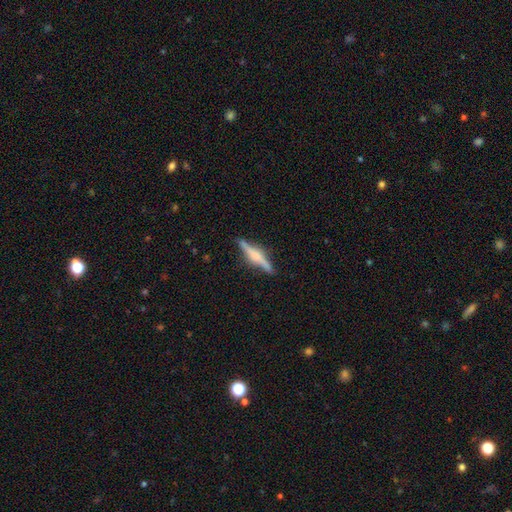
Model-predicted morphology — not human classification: Smooth or featured: featured or disk — 68% (smooth — 25%)
Edge-on disk: yes — 97% (no — 3%)
Edge-on bulge: rounded — 68% (boxy — 24%)
Merging: none — 85% (minor disturbance — 11%)